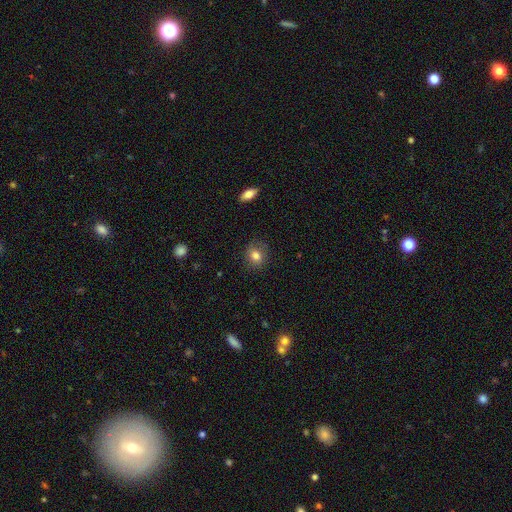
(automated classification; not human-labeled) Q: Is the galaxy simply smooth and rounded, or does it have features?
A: smooth — 81%.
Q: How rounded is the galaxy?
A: round — 69%.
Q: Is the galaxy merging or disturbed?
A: none — 82%.